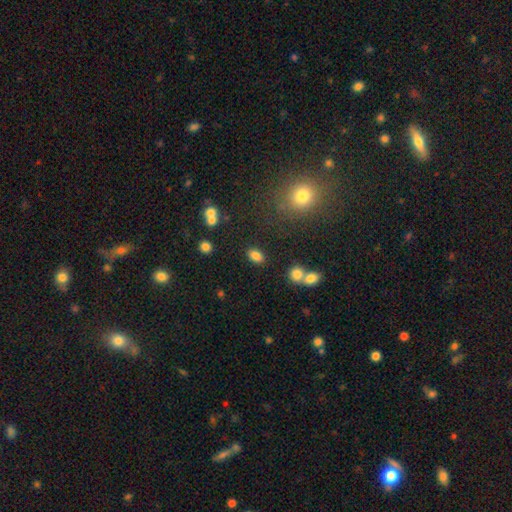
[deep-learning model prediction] Morphology: type=smooth (83%); roundness=in between (86%); merging=none (81%).